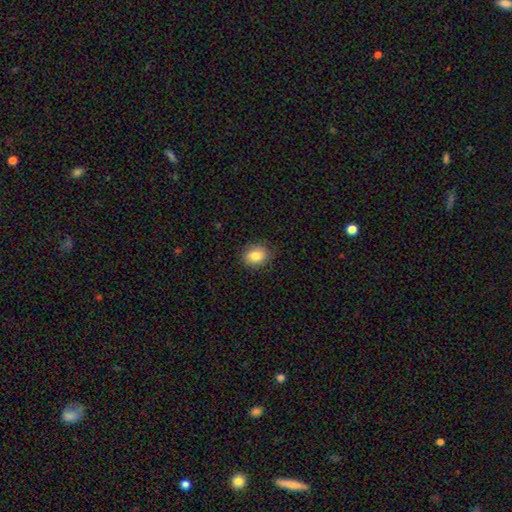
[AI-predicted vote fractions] This is clearly a smooth galaxy (83%). How rounded: possibly round (50%). Merging: clearly none (85%).